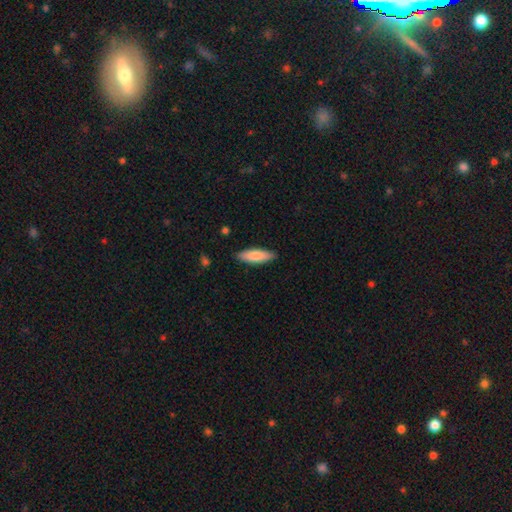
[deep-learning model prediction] Morphology: type=smooth (80%); roundness=cigar-shaped (50%); merging=none (87%).